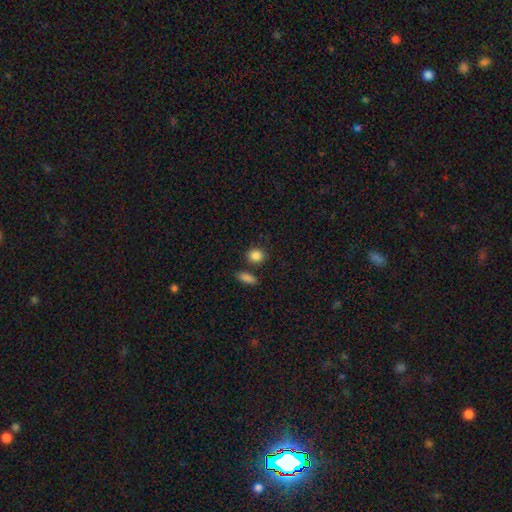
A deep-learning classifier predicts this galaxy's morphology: Smooth or featured? smooth (87%)
How rounded? round (70%)
Merging? none (77%)